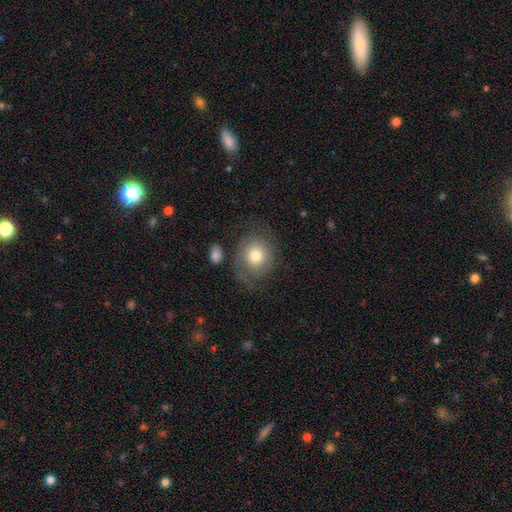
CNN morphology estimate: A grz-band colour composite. It shows a smooth galaxy with no disk features (66%) that is round (73%). Merging: none (55%).